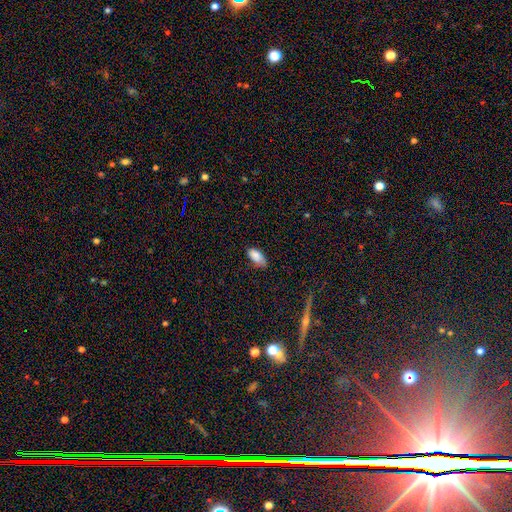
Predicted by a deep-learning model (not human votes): A smooth galaxy with no disk features (84%) that is in between round and cigar-shaped (92%). Merging: none (62%).